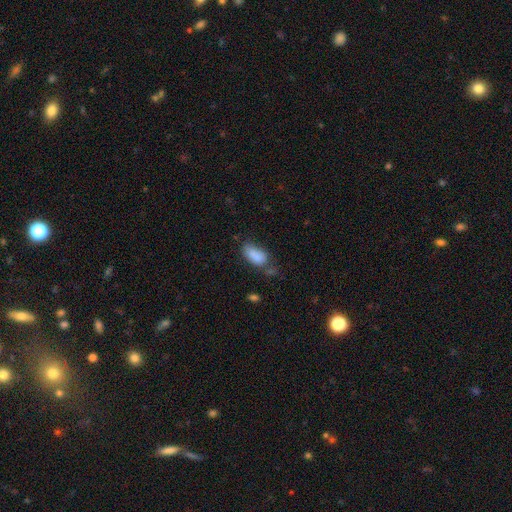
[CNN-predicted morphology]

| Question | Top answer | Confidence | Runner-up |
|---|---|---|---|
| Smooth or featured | smooth | 85% | star or artifact (8%) |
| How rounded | in between | 90% | cigar-shaped (6%) |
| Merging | none | 49% | minor disturbance (29%) |